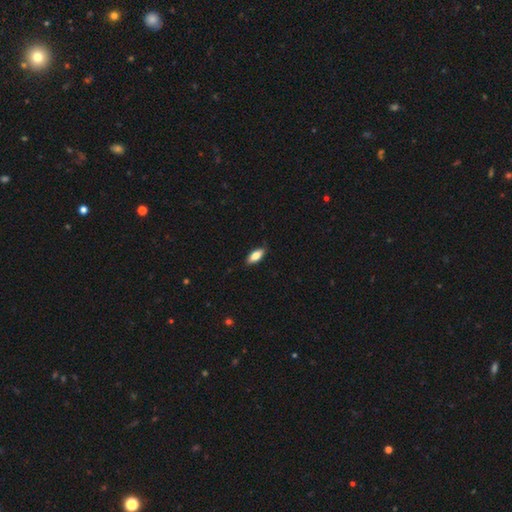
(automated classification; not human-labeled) Smooth or featured? Predicted: smooth (p=0.76). How rounded? Predicted: in between (p=0.81). Merging? Predicted: none (p=0.86).